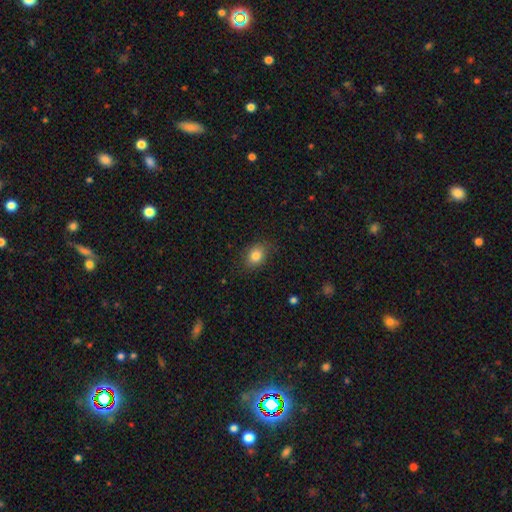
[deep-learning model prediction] Smooth or featured?
  - smooth: 82% *
  - star or artifact: 10%
  - featured or disk: 8%
How rounded?
  - in between: 57% *
  - round: 42%
  - cigar-shaped: 1%
Merging?
  - none: 81% *
  - minor disturbance: 15%
  - major disturbance: 4%
  - merger: 1%